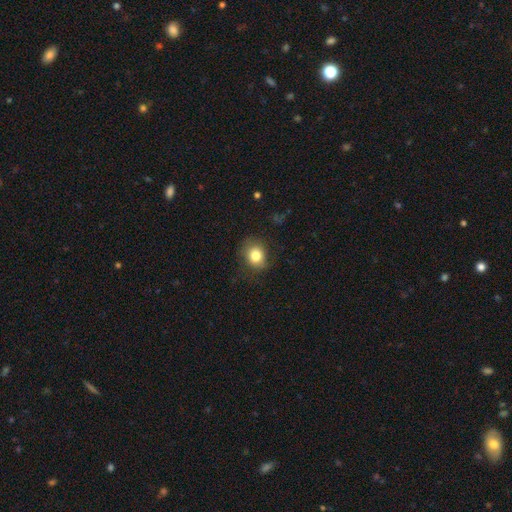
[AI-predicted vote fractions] Smooth or featured: smooth — 81% (star or artifact — 10%)
How rounded: round — 68% (in between — 31%)
Merging: none — 78% (minor disturbance — 15%)